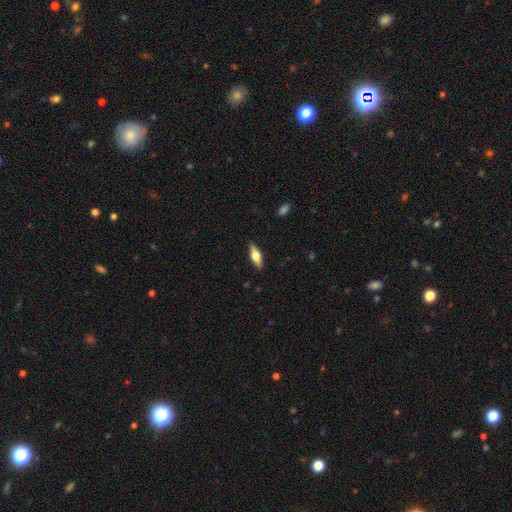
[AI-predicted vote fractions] Smooth or featured? Predicted: smooth (p=0.53). How rounded? Predicted: in between (p=0.60). Merging? Predicted: none (p=0.88).